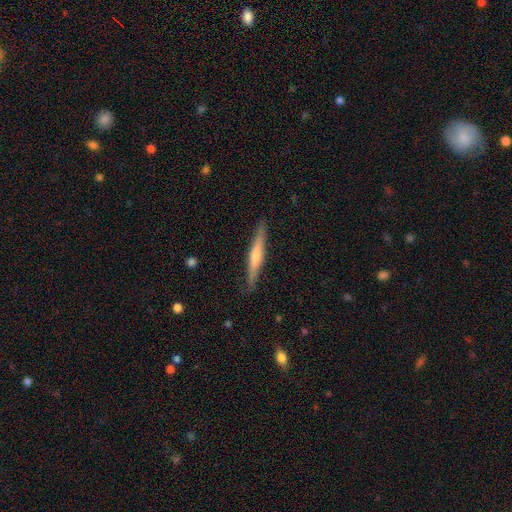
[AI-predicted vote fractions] Morphology: type=featured or disk (64%); edge-on=yes (97%); edge-on bulge=rounded (72%); merging=none (89%).